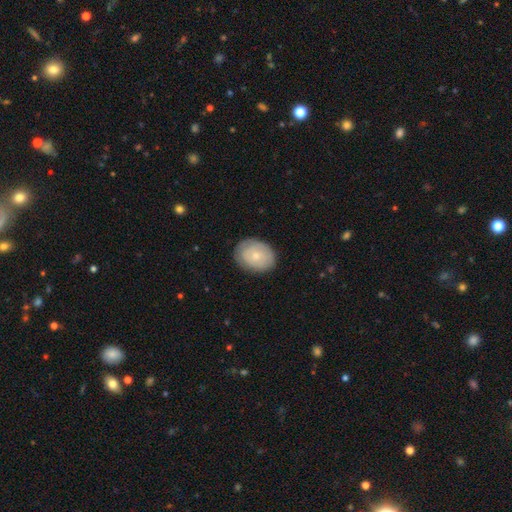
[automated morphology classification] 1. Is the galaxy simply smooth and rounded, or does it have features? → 61% smooth, 33% featured or disk, 6% star or artifact.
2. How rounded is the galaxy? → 63% in between, 36% round, 1% cigar-shaped.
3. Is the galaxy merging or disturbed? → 81% none, 15% minor disturbance, 3% major disturbance, 1% merger.